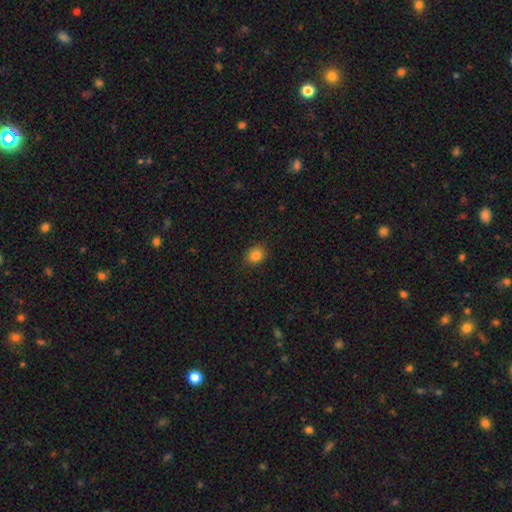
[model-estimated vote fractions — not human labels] smooth-or-featured: smooth: 83% | star or artifact: 12% | featured or disk: 5%
  how-rounded: round: 60% | in between: 39% | cigar-shaped: 1%
  merging: none: 88% | minor disturbance: 9% | major disturbance: 2% | merger: 1%